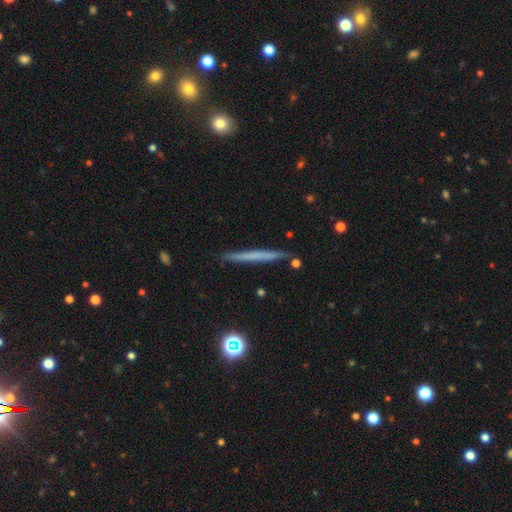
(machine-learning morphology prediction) A smooth galaxy with no disk features (50%). Merging: none (90%).